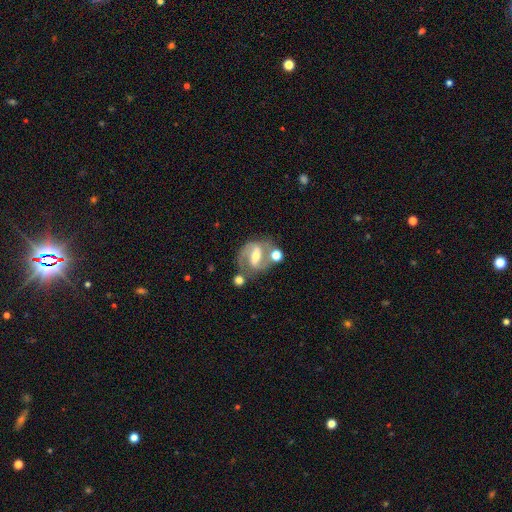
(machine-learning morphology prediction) Smooth or featured? featured or disk (85%)
Edge-on disk? no (97%)
Bar? strong (57%)
Spiral arms? yes (94%)
Spiral winding? medium (55%)
Spiral arm count? 2 (87%)
Bulge size? moderate (54%)
Merging? none (61%)